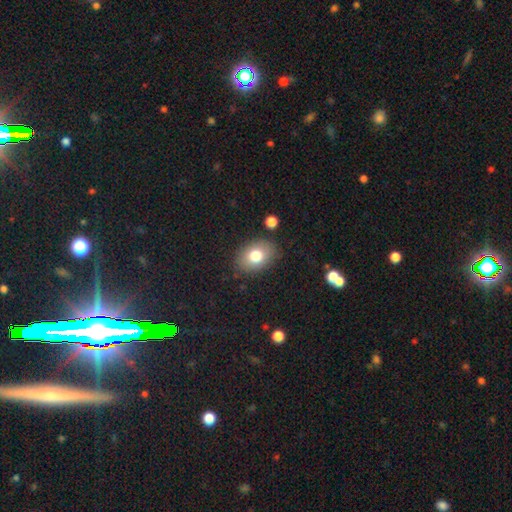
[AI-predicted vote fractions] Overall: smooth (77%). How rounded: in between (77%). Merging: none (83%).